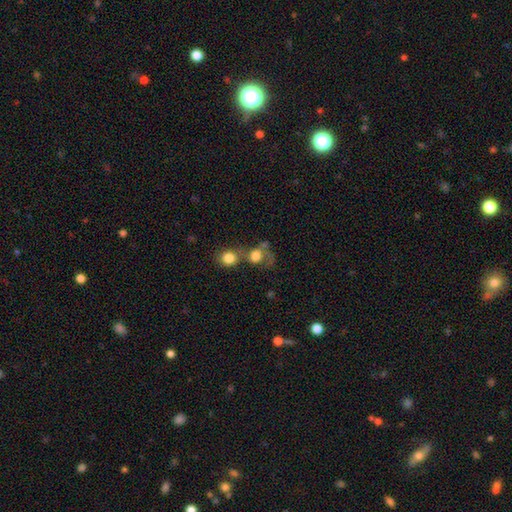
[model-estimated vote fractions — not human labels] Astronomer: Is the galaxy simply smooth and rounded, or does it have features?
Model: smooth — 72%.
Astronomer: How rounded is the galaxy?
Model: round — 69%.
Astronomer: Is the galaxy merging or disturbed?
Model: merger — 52%.